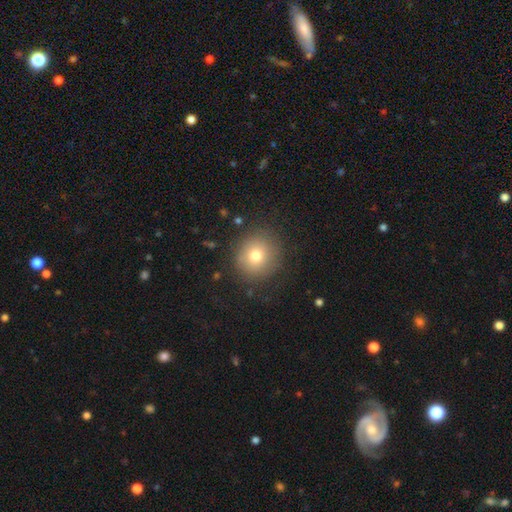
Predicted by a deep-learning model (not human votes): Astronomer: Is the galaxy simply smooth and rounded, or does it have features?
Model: smooth — 75%.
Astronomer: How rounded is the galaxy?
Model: round — 89%.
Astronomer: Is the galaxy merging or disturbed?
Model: none — 85%.